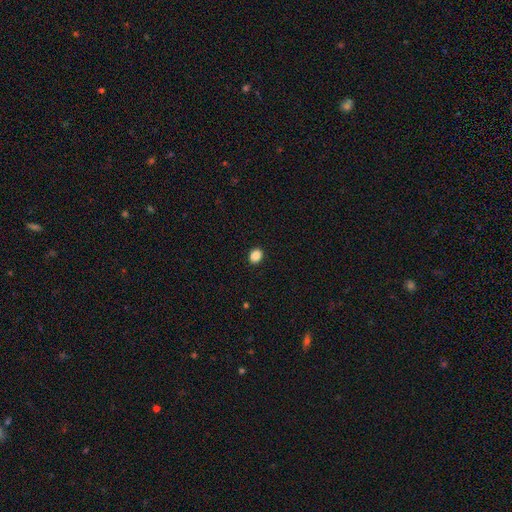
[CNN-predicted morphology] smooth 87%, star or artifact 10%, featured or disk 4%. Down the decision tree: how rounded — round (52%); merging — none (91%).